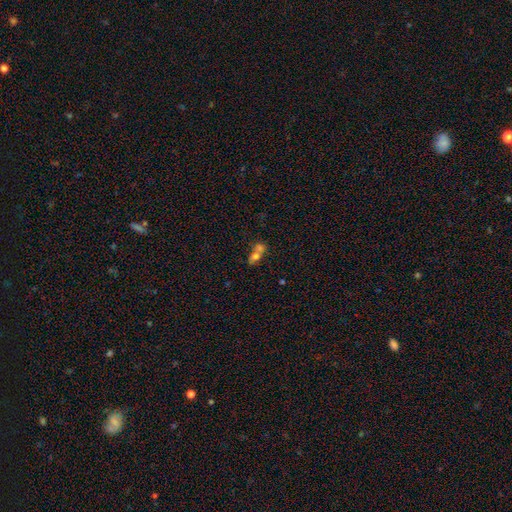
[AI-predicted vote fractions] This appears to be a smooth galaxy with no disk features (64%) that is in between round and cigar-shaped (58%). Merging: merger (67%).